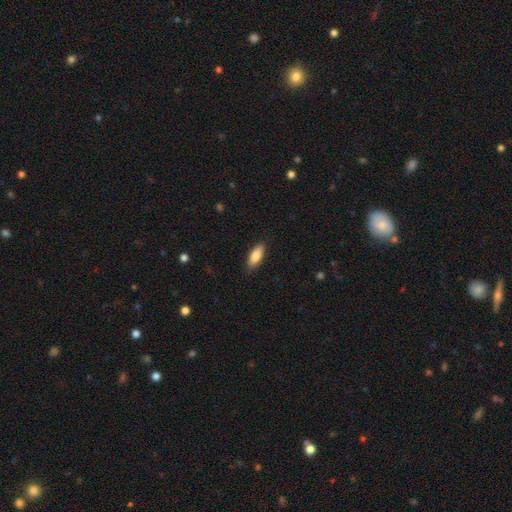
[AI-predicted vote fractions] Smooth or featured: smooth — 82% (featured or disk — 12%)
How rounded: in between — 71% (cigar-shaped — 27%)
Merging: none — 85% (minor disturbance — 12%)